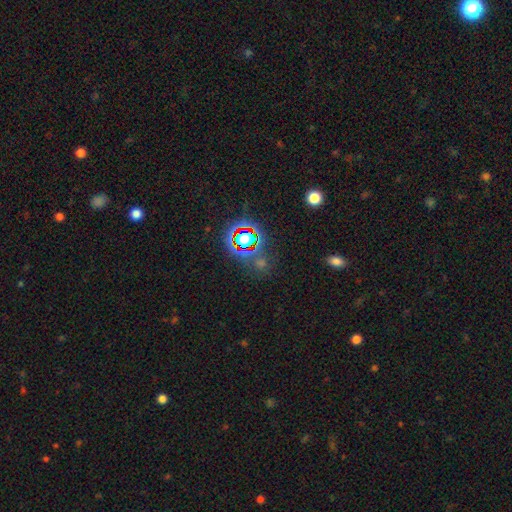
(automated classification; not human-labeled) This appears to be a star or artifact, not a galaxy (73%).